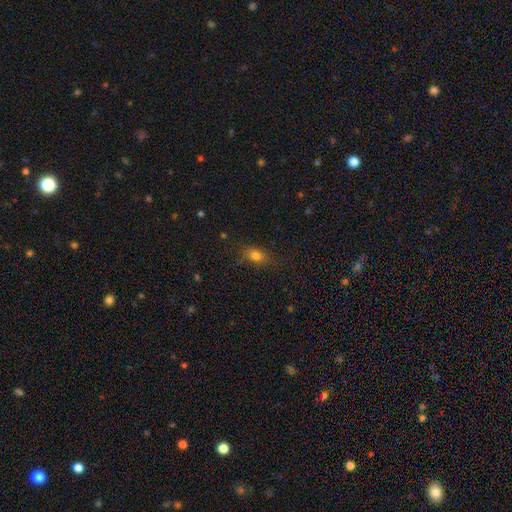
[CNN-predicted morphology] Smooth or featured? smooth (78%)
How rounded? in between (70%)
Merging? none (79%)